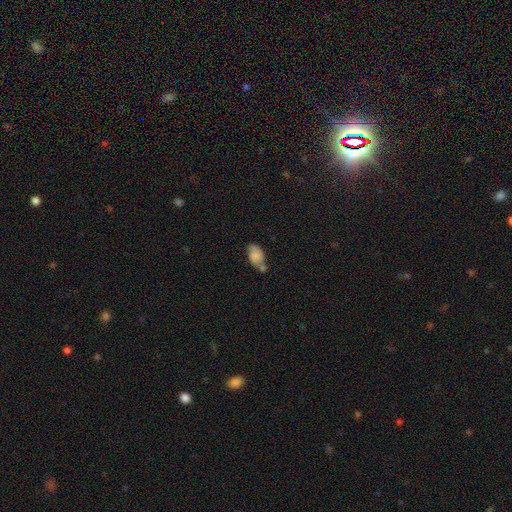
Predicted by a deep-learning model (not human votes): The model was most divided on "merging": none: 37%, merger: 30%, minor disturbance: 24%, major disturbance: 8%. More confident: how rounded — in between (89%); smooth or featured — smooth (69%).